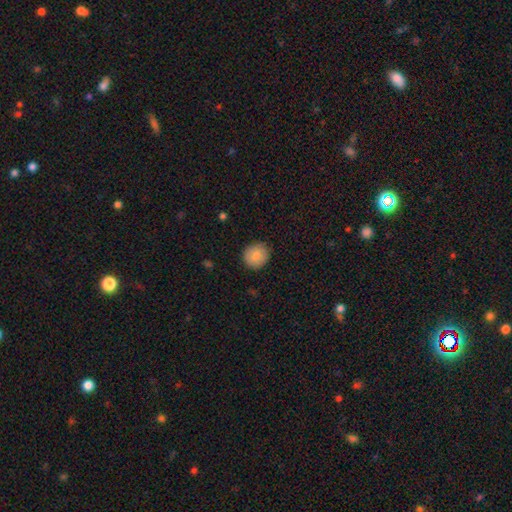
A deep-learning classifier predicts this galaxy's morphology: The model was most divided on "smooth or featured": smooth: 84%, featured or disk: 9%, star or artifact: 7%. More confident: merging — none (89%); how rounded — round (88%).